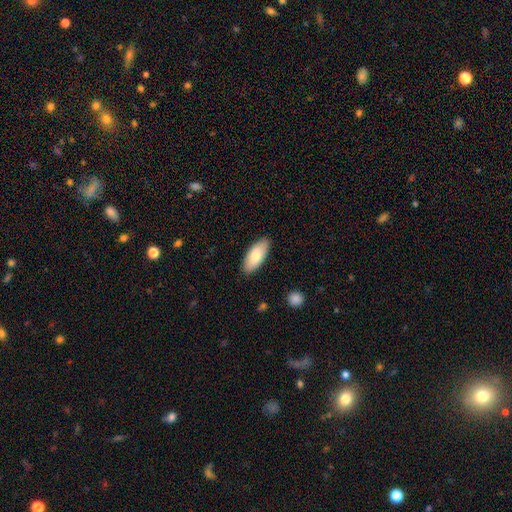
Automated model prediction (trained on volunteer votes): smooth_or_featured: smooth (p=0.80) [alt: featured or disk p=0.14]
how_rounded: in between (p=0.86) [alt: cigar-shaped p=0.13]
merging: none (p=0.88) [alt: minor disturbance p=0.09]